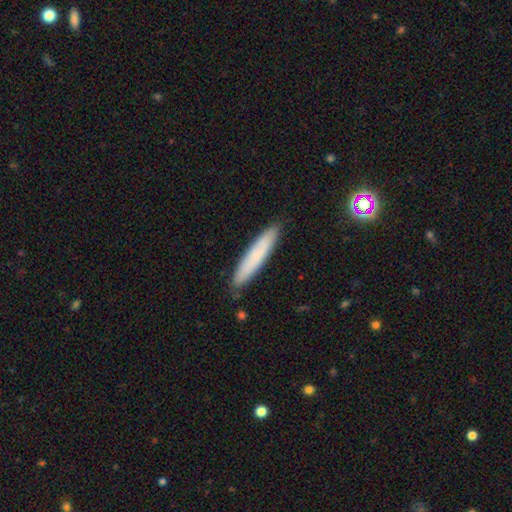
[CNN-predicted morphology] type=smooth (75%); roundness=cigar-shaped (90%); merging=none (87%).